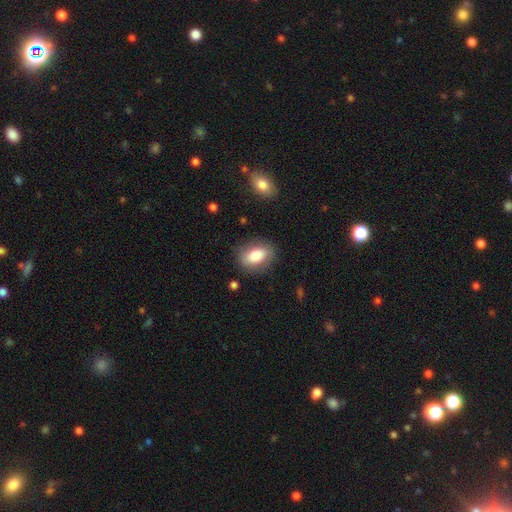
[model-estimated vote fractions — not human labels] smooth_or_featured: smooth (p=0.78) [alt: featured or disk p=0.15]
how_rounded: in between (p=0.84) [alt: round p=0.14]
merging: none (p=0.82) [alt: minor disturbance p=0.12]